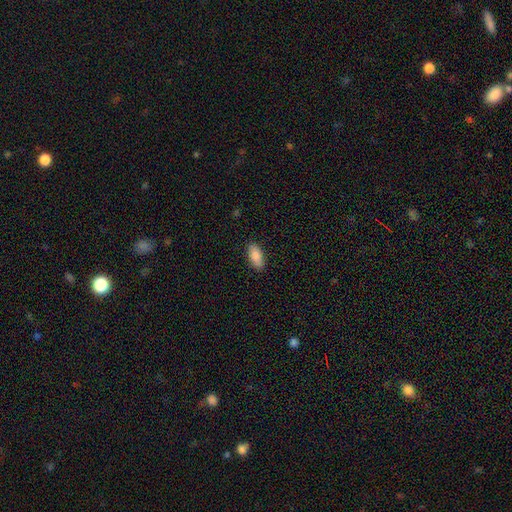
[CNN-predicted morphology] A smooth galaxy with no disk features (87%) that is in between round and cigar-shaped (89%).

Vote fractions:
- Smooth or featured? smooth: 87% / featured or disk: 6% / star or artifact: 6%
- How rounded? in between: 89% / cigar-shaped: 9% / round: 2%
- Merging? none: 87% / minor disturbance: 9% / major disturbance: 2% / merger: 1%